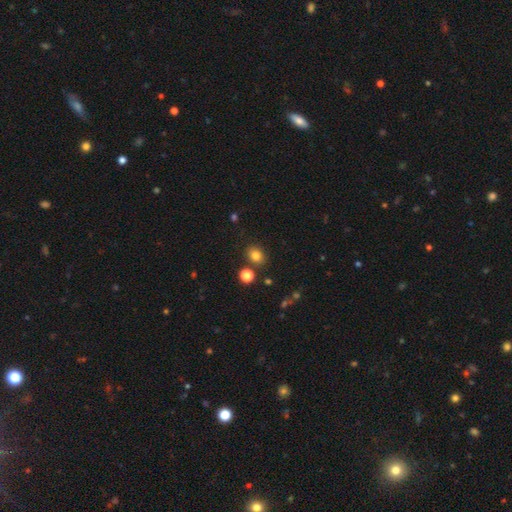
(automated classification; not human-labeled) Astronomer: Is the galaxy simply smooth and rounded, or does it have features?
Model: smooth — 80%.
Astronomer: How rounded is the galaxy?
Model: round — 55% (runner-up: in between, 44%).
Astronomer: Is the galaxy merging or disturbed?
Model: none — 81%.